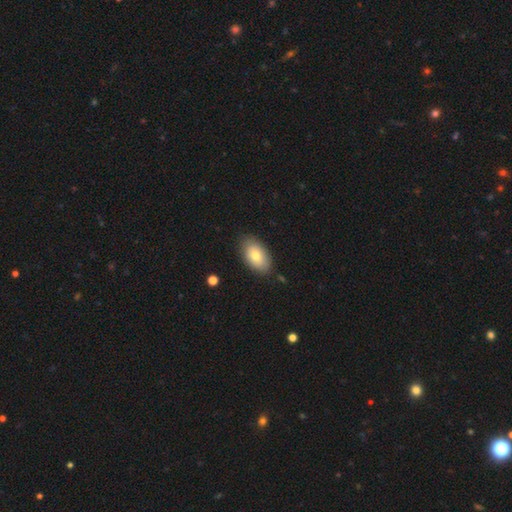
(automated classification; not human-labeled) Smooth or featured? Predicted: smooth (p=0.78). How rounded? Predicted: in between (p=0.93). Merging? Predicted: none (p=0.83).